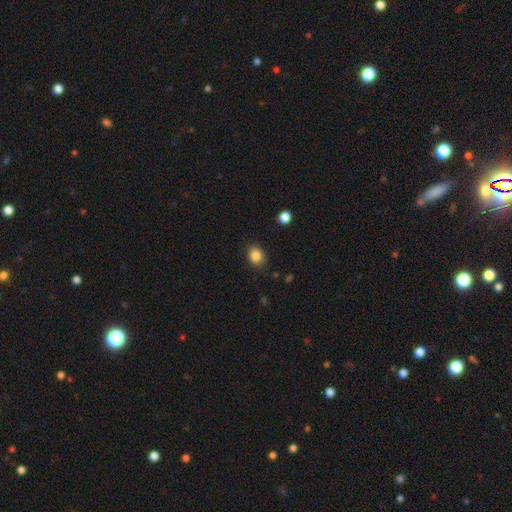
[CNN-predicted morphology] This appears to be a smooth galaxy with no disk features (86%) that is round (59%). Merging: none (85%).